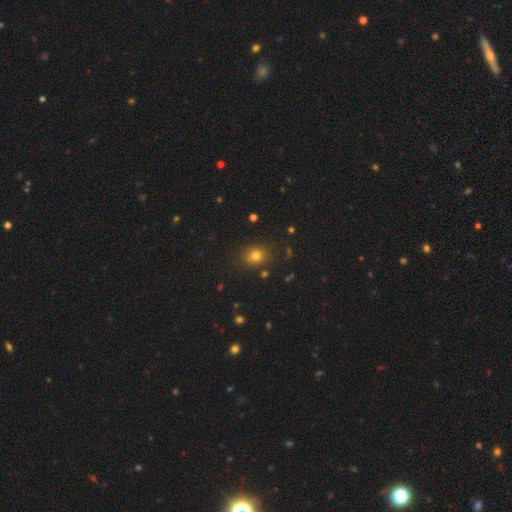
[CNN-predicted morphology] Smooth or featured: smooth — 77% (star or artifact — 16%)
How rounded: round — 65% (in between — 34%)
Merging: none — 85% (minor disturbance — 10%)